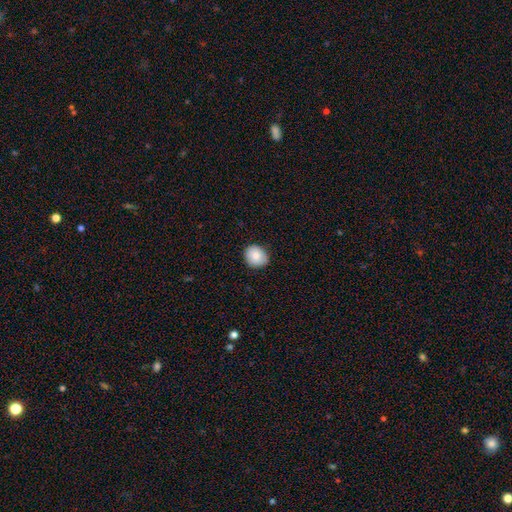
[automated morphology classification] Q: Smooth or featured?
A: smooth (83%); runner-up: featured or disk (9%)
Q: How rounded?
A: round (72%); runner-up: in between (27%)
Q: Merging?
A: none (87%); runner-up: minor disturbance (10%)